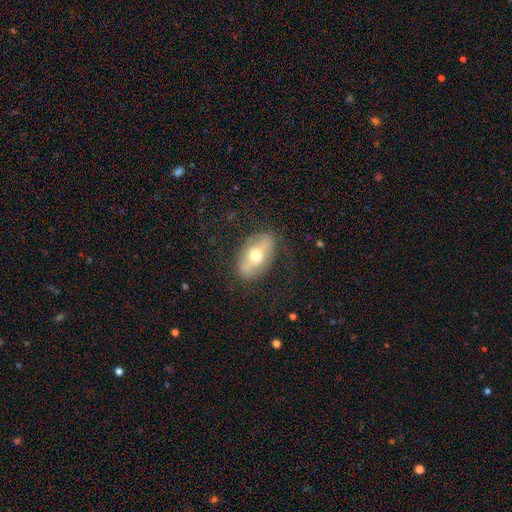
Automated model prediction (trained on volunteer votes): featured or disk 52%, smooth 41%, star or artifact 7%. Down the decision tree: edge-on disk — no (79%); merging — none (79%).